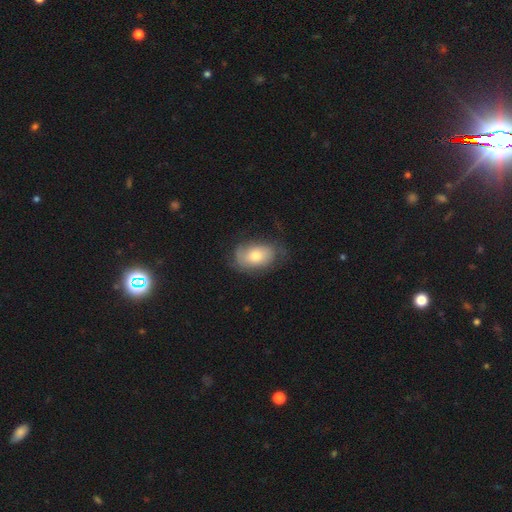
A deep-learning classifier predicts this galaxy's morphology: Smooth or featured? smooth (57%)
How rounded? in between (83%)
Merging? none (57%)